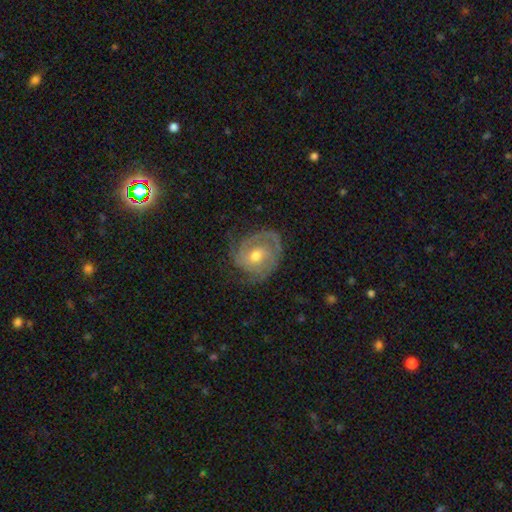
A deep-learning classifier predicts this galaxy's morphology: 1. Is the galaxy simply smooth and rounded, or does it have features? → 84% featured or disk, 11% smooth, 5% star or artifact.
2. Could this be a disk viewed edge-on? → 97% no, 3% yes.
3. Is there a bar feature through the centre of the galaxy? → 67% no, 27% weak, 6% strong.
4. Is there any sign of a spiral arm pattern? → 95% yes, 5% no.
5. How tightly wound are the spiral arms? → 59% tight, 32% medium, 9% loose.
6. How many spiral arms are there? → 36% 2, 30% 3, 18% can't tell, 7% 1, 5% 4, 4% more than 4.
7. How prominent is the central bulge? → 71% moderate, 25% small, 3% large, 1% none, 1% dominant.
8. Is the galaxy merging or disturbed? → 71% none, 20% minor disturbance, 8% major disturbance, 1% merger.